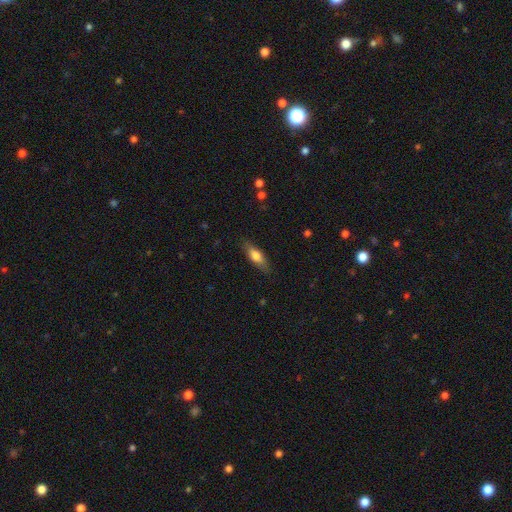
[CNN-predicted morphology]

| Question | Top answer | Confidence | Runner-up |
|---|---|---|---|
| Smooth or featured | smooth | 71% | featured or disk (23%) |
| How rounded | in between | 55% | cigar-shaped (43%) |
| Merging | none | 84% | minor disturbance (12%) |